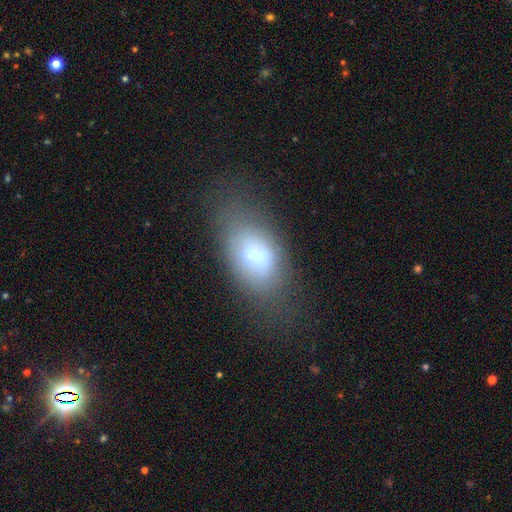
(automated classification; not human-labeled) Morphology: type=smooth (69%); roundness=in between (89%); merging=none (54%).